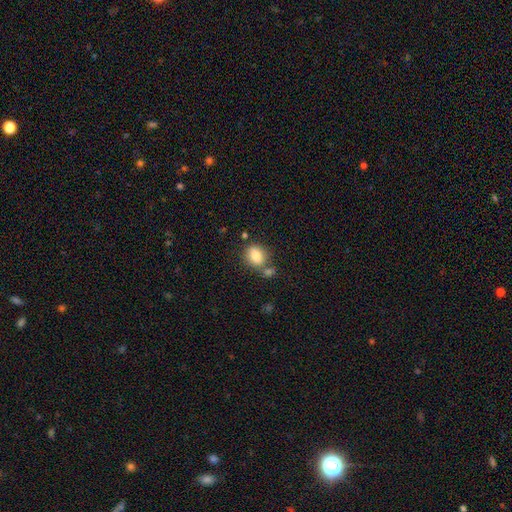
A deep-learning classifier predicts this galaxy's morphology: smooth 83%, star or artifact 9%, featured or disk 8%. Down the decision tree: how rounded — in between (55%); merging — none (59%).